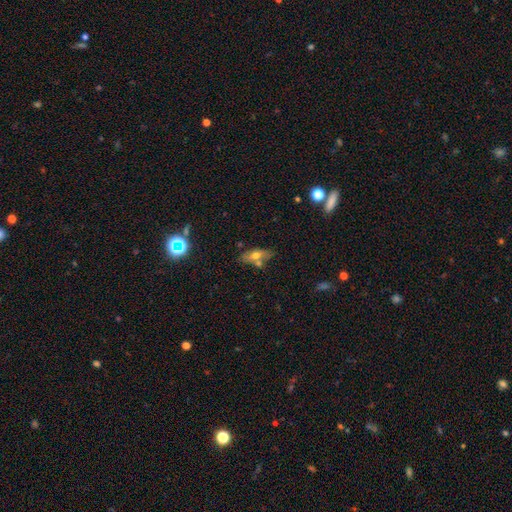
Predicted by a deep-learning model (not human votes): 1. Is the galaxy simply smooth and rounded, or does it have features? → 53% smooth, 37% featured or disk, 11% star or artifact.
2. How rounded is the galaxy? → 67% in between, 28% cigar-shaped, 5% round.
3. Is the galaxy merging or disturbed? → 62% none, 18% merger, 16% minor disturbance, 5% major disturbance.